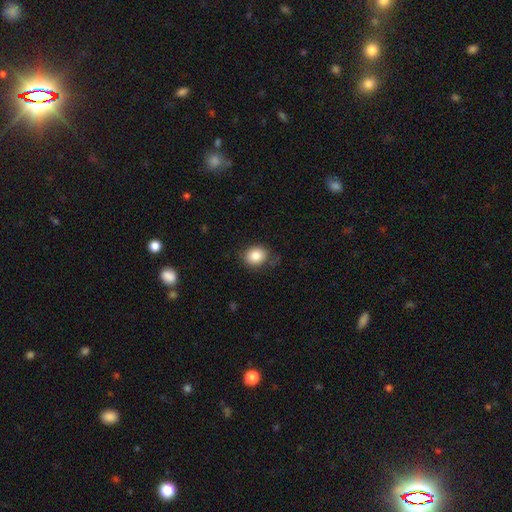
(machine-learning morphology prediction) Smooth or featured?
  - smooth: 83% *
  - star or artifact: 9%
  - featured or disk: 8%
How rounded?
  - round: 62% *
  - in between: 37%
  - cigar-shaped: 1%
Merging?
  - none: 76% *
  - minor disturbance: 18%
  - major disturbance: 5%
  - merger: 1%